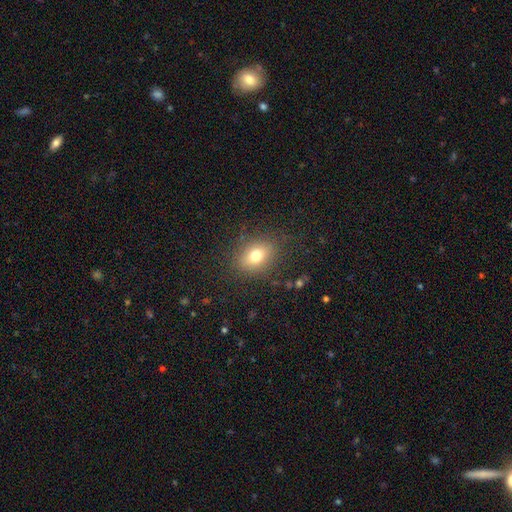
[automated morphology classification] Smooth or featured?
  - smooth: 74% *
  - featured or disk: 13%
  - star or artifact: 12%
How rounded?
  - in between: 63% *
  - round: 35%
  - cigar-shaped: 2%
Merging?
  - none: 83% *
  - minor disturbance: 11%
  - major disturbance: 5%
  - merger: 1%